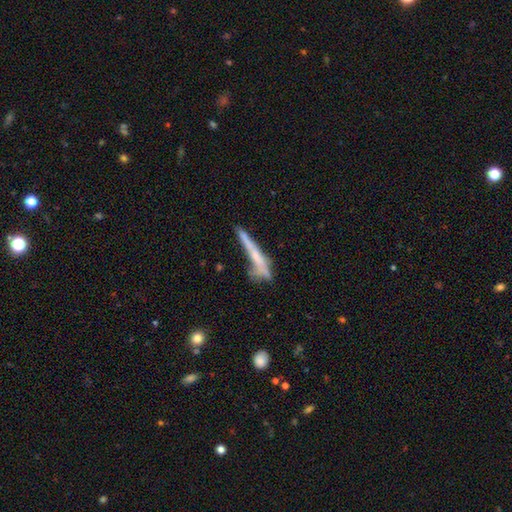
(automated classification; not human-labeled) smooth_or_featured: featured or disk (p=0.47) [alt: smooth p=0.44]
merging: none (p=0.43) [alt: minor disturbance p=0.23]